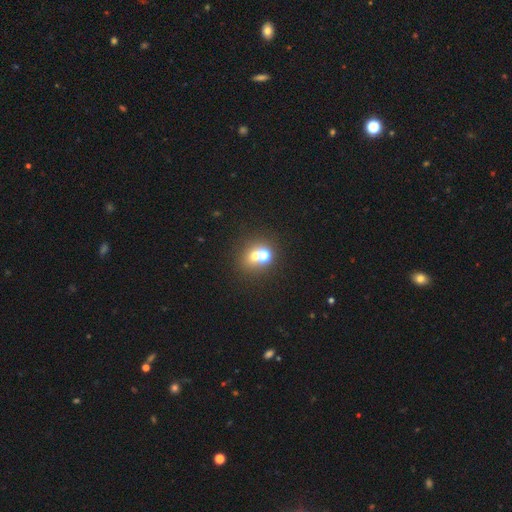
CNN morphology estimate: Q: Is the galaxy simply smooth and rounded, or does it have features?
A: smooth — 55%.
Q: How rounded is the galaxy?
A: round — 77%.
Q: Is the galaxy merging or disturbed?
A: none — 51%.